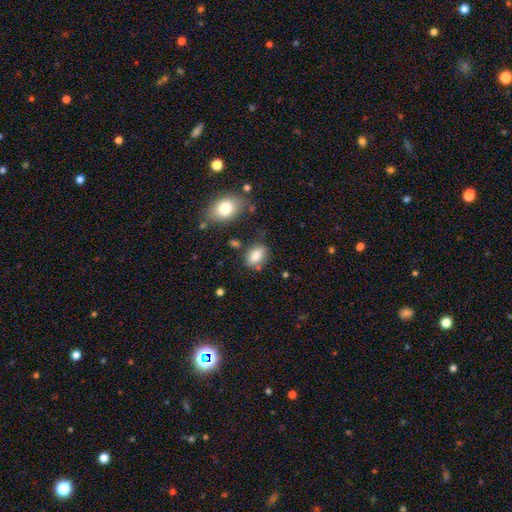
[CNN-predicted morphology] The model was most divided on "merging": none: 73%, minor disturbance: 17%, merger: 6%, major disturbance: 4%. More confident: smooth or featured — smooth (83%); how rounded — in between (83%).